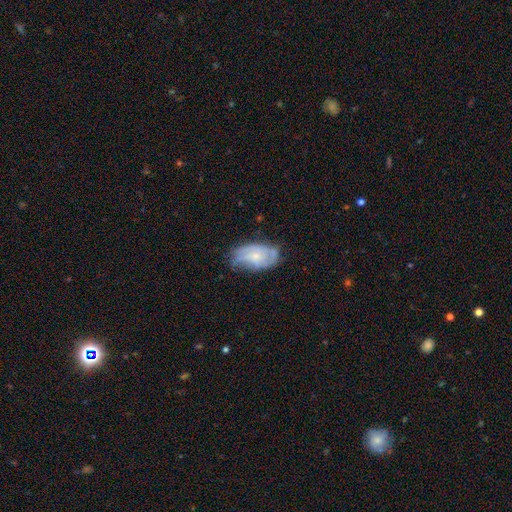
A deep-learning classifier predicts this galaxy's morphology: A featured or disk galaxy (57%) with no bar (73%), spiral arms (73%) and a small central bulge (66%). Merging: none (55%).